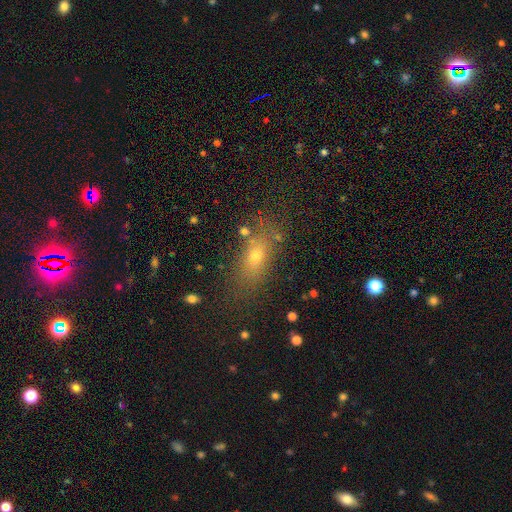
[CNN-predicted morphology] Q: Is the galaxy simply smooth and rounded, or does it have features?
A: smooth — 67%.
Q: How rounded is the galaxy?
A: in between — 71%.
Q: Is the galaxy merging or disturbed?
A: none — 72%.